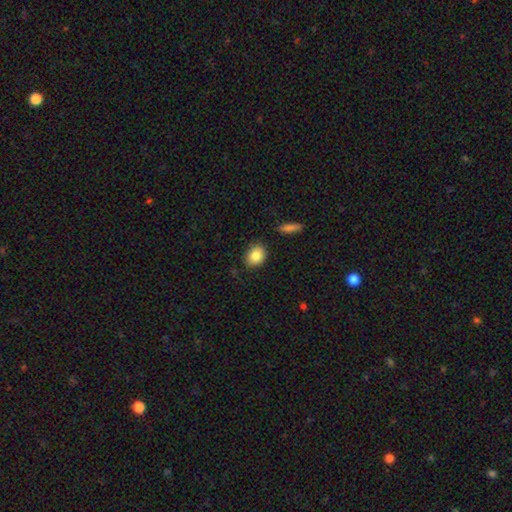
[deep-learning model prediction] The model was most divided on "how rounded": in between: 53%, round: 46%, cigar-shaped: 1%. More confident: smooth or featured — smooth (85%); merging — none (83%).